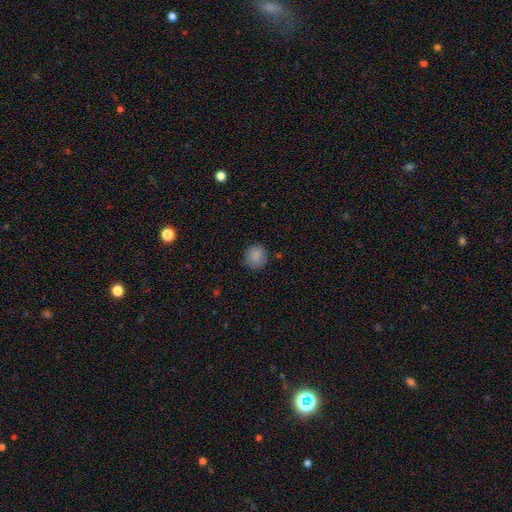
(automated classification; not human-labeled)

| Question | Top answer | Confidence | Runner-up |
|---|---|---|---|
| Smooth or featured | smooth | 87% | star or artifact (9%) |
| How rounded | round | 86% | in between (13%) |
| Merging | none | 84% | minor disturbance (12%) |